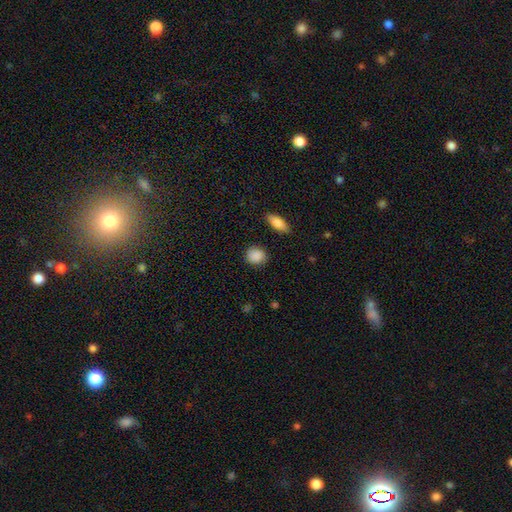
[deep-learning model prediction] A smooth galaxy with no disk features (89%) that is round (78%). Merging: none (86%).